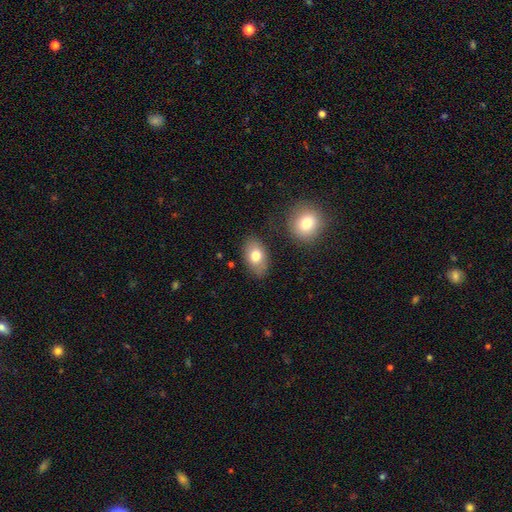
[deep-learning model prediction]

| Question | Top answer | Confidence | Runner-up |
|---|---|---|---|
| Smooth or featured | smooth | 77% | featured or disk (16%) |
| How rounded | in between | 88% | round (10%) |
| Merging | none | 80% | minor disturbance (12%) |